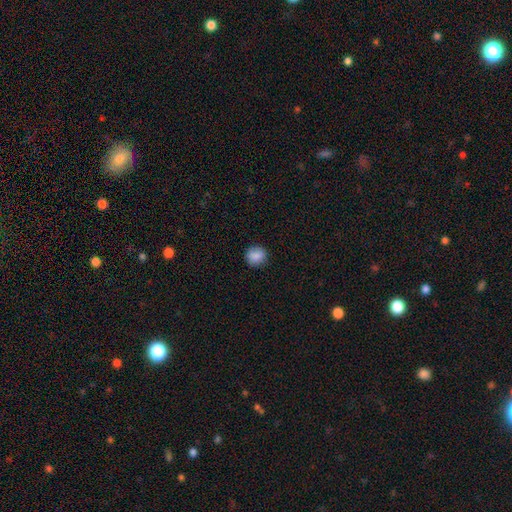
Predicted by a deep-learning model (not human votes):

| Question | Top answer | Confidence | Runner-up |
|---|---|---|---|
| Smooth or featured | smooth | 87% | star or artifact (9%) |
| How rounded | round | 85% | in between (14%) |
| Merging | none | 88% | minor disturbance (9%) |